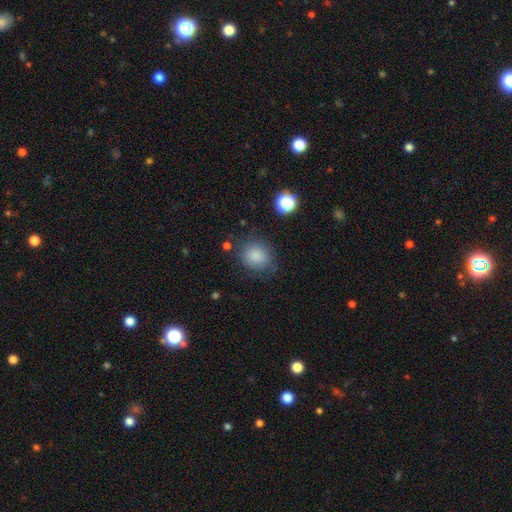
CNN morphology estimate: Smooth or featured?
  - smooth: 84% *
  - star or artifact: 10%
  - featured or disk: 6%
How rounded?
  - round: 79% *
  - in between: 20%
  - cigar-shaped: 1%
Merging?
  - none: 75% *
  - minor disturbance: 16%
  - major disturbance: 6%
  - merger: 2%